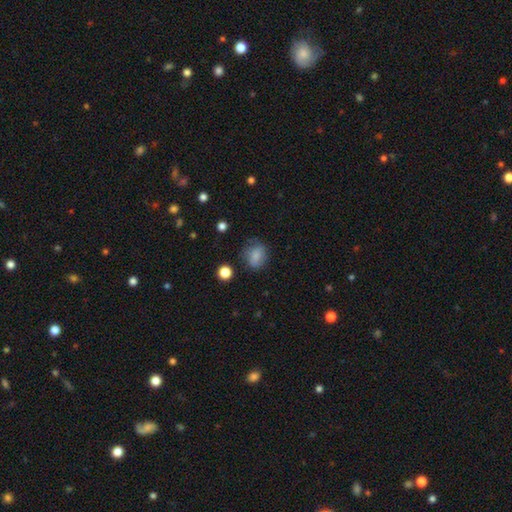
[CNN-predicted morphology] Q: Smooth or featured?
A: smooth (81%); runner-up: star or artifact (10%)
Q: How rounded?
A: round (58%); runner-up: in between (41%)
Q: Merging?
A: none (69%); runner-up: minor disturbance (22%)